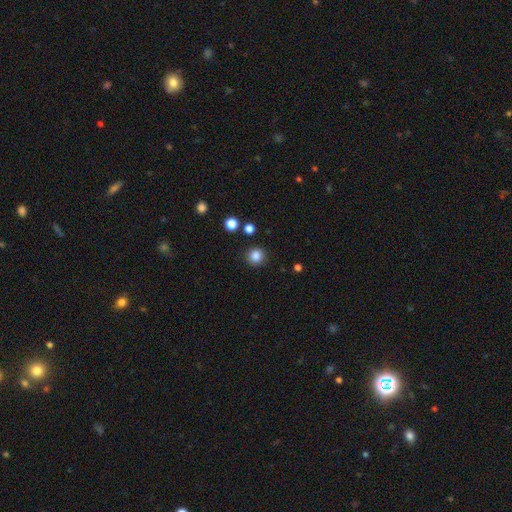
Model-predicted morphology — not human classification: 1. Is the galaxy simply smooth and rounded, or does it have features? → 85% smooth, 12% star or artifact, 4% featured or disk.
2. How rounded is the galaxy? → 94% round, 6% in between, 1% cigar-shaped.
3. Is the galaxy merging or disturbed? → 90% none, 6% minor disturbance, 2% major disturbance, 2% merger.